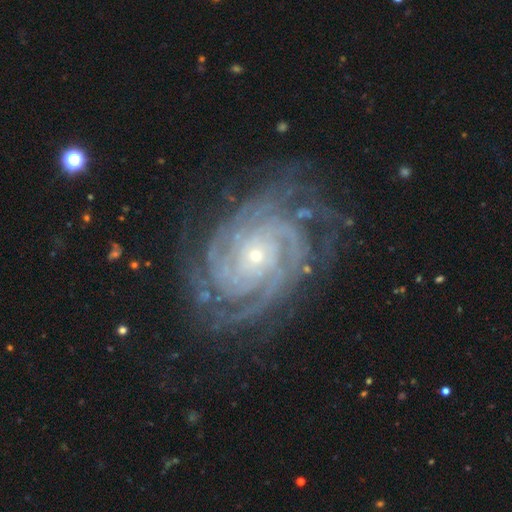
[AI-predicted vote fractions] Smooth or featured?
  - featured or disk: 91% *
  - star or artifact: 6%
  - smooth: 3%
Edge-on disk?
  - no: 97% *
  - yes: 3%
Bar?
  - no: 75% *
  - weak: 17%
  - strong: 8%
Spiral arms?
  - yes: 98% *
  - no: 2%
Spiral winding?
  - tight: 81% *
  - medium: 17%
  - loose: 2%
Spiral arm count?
  - 4: 27% *
  - more than 4: 23%
  - 3: 16%
  - can't tell: 16%
  - 2: 11%
  - 1: 8%
Bulge size?
  - small: 81% *
  - moderate: 15%
  - large: 1%
  - none: 1%
  - dominant: 1%
Merging?
  - none: 75% *
  - minor disturbance: 17%
  - major disturbance: 6%
  - merger: 1%